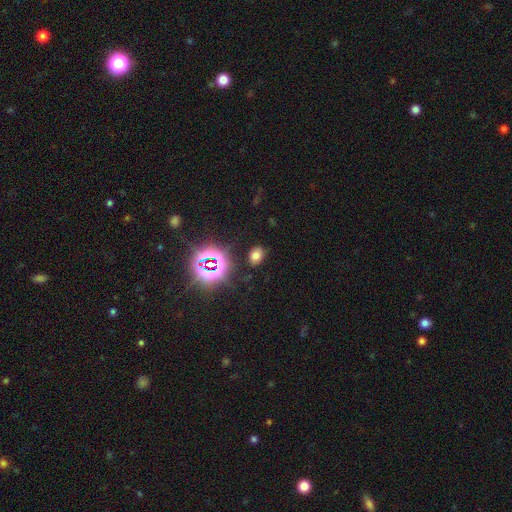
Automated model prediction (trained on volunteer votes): Smooth or featured? Predicted: smooth (p=0.64). How rounded? Predicted: in between (p=0.69). Merging? Predicted: none (p=0.84).